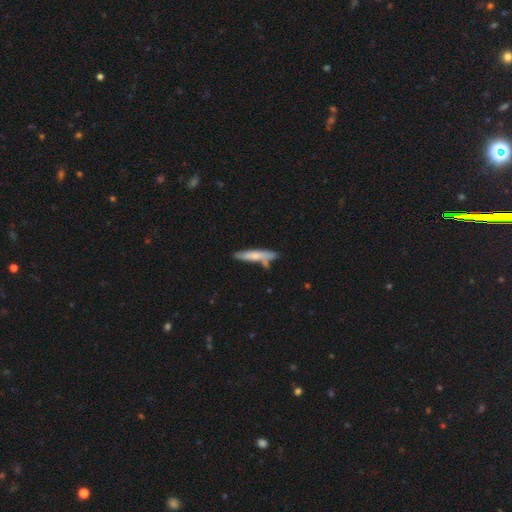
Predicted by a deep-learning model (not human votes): smooth-or-featured: smooth: 65% | featured or disk: 29% | star or artifact: 6%
  how-rounded: cigar-shaped: 88% | in between: 10% | round: 1%
  merging: none: 68% | minor disturbance: 18% | merger: 10% | major disturbance: 4%